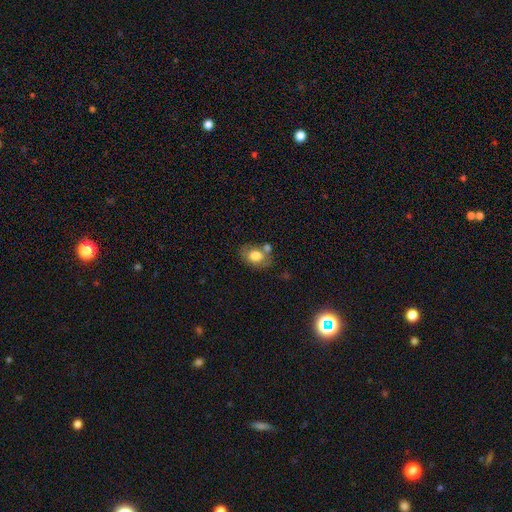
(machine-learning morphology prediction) smooth_or_featured: smooth (p=0.75) [alt: featured or disk p=0.17]
how_rounded: in between (p=0.65) [alt: round p=0.34]
merging: none (p=0.54) [alt: merger p=0.22]